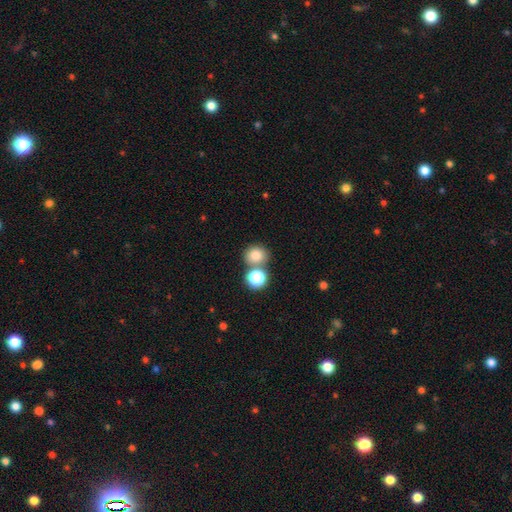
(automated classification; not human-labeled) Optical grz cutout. It shows a smooth galaxy with no disk features (80%) that is round (81%). Merging: none (63%).